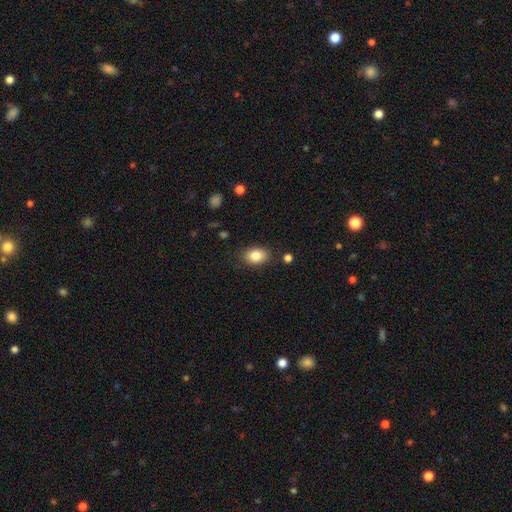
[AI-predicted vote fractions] Morphology: type=smooth (84%); roundness=in between (82%); merging=none (84%).